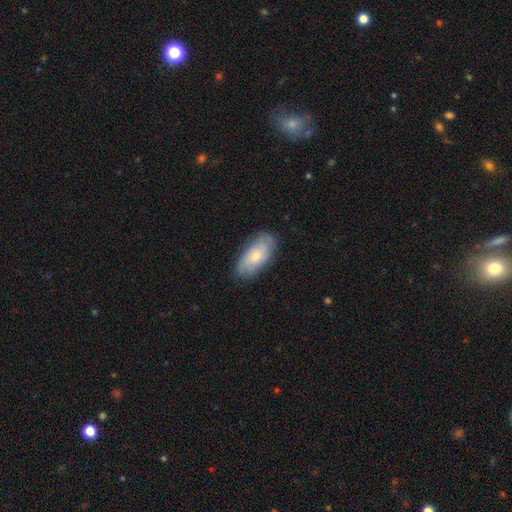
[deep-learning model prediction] This appears to be a smooth galaxy with no disk features (63%) that is in between round and cigar-shaped (89%). Merging: none (79%).